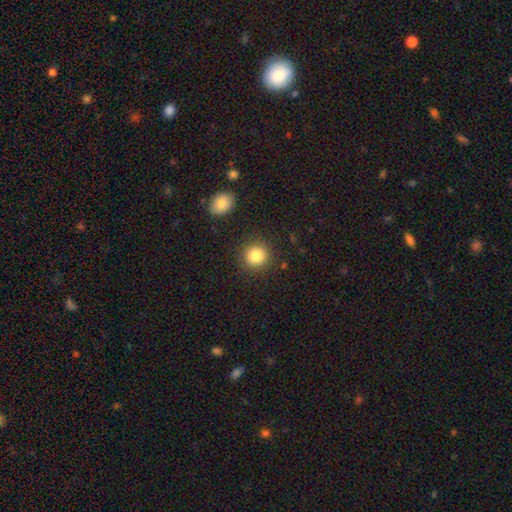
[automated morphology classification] smooth-or-featured: smooth: 84% | star or artifact: 10% | featured or disk: 6%
  how-rounded: round: 91% | in between: 8% | cigar-shaped: 1%
  merging: none: 89% | minor disturbance: 7% | major disturbance: 3% | merger: 2%